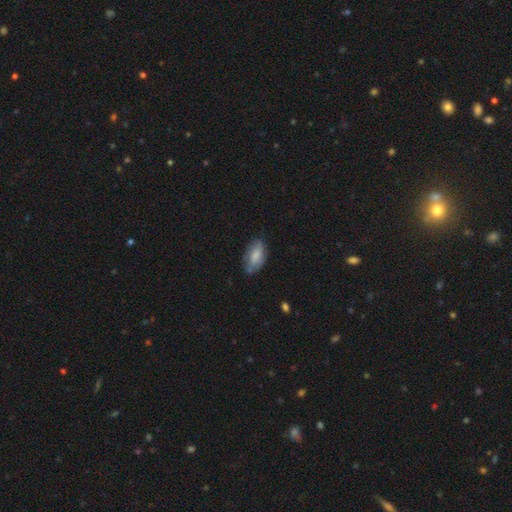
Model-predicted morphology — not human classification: Smooth or featured?
  - smooth: 74% *
  - featured or disk: 20%
  - star or artifact: 7%
How rounded?
  - in between: 90% *
  - cigar-shaped: 7%
  - round: 3%
Merging?
  - none: 65% *
  - minor disturbance: 27%
  - major disturbance: 6%
  - merger: 3%